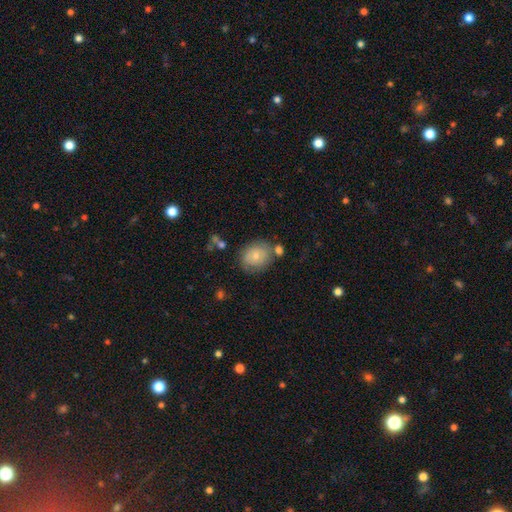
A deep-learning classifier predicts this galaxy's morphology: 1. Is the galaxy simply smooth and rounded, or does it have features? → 74% smooth, 18% featured or disk, 8% star or artifact.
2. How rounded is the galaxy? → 55% round, 44% in between, 1% cigar-shaped.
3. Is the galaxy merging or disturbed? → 65% none, 18% minor disturbance, 11% merger, 6% major disturbance.